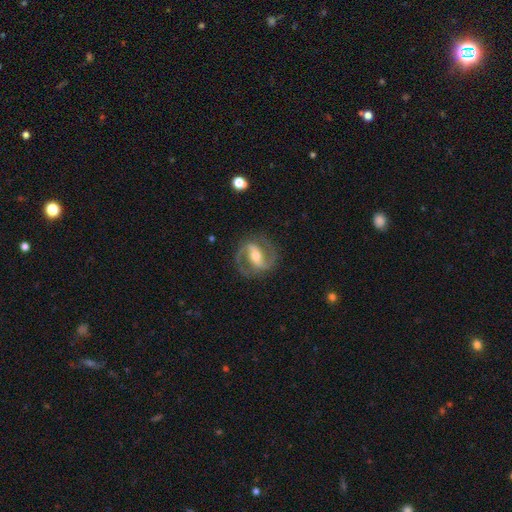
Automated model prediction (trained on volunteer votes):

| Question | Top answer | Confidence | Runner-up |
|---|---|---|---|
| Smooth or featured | featured or disk | 88% | smooth (7%) |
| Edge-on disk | no | 96% | yes (4%) |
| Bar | strong | 56% | weak (31%) |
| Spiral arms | yes | 95% | no (5%) |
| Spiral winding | medium | 57% | loose (22%) |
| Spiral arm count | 2 | 92% | can't tell (3%) |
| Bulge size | moderate | 63% | small (29%) |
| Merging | none | 82% | minor disturbance (11%) |